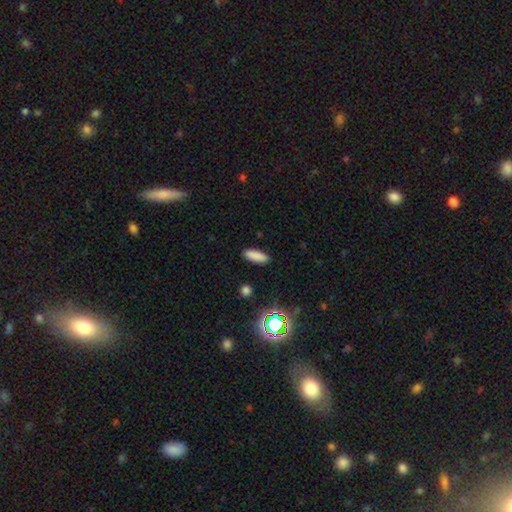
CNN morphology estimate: Smooth or featured? Predicted: smooth (p=0.84). How rounded? Predicted: in between (p=0.57). Merging? Predicted: none (p=0.89).